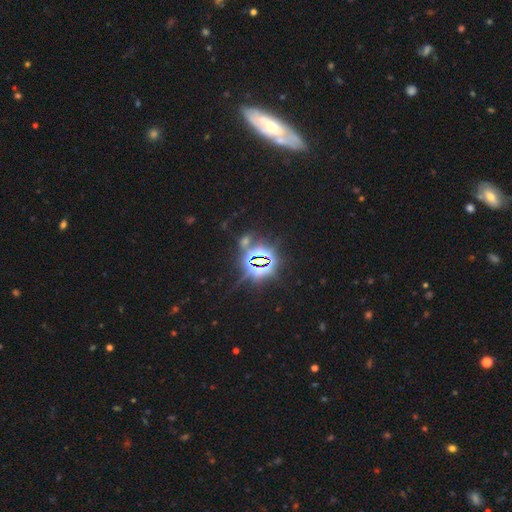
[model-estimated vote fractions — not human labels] Q: Smooth or featured?
A: star or artifact (76%); runner-up: featured or disk (13%)